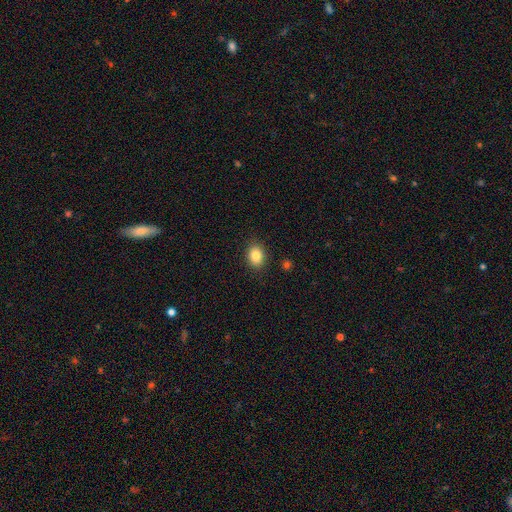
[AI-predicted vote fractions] Overall: smooth (85%). How rounded: in between (66%; round 33%). Merging: none (88%).